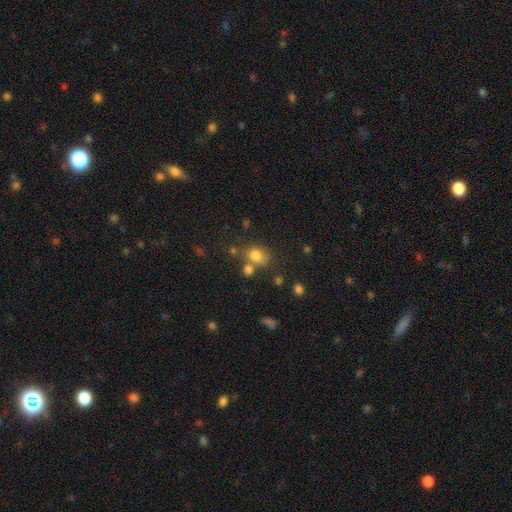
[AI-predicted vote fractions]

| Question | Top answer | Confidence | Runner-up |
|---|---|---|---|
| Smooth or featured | smooth | 78% | star or artifact (13%) |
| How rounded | round | 53% | in between (46%) |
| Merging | none | 57% | merger (22%) |